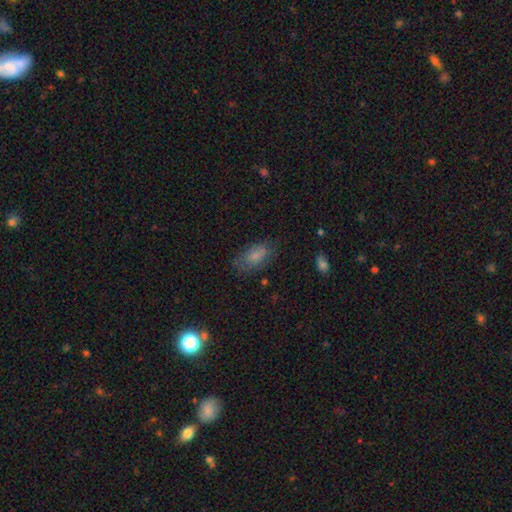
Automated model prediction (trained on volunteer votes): The model was most divided on "merging": none: 67%, minor disturbance: 22%, major disturbance: 8%, merger: 2%. More confident: how rounded — in between (91%); smooth or featured — smooth (75%).